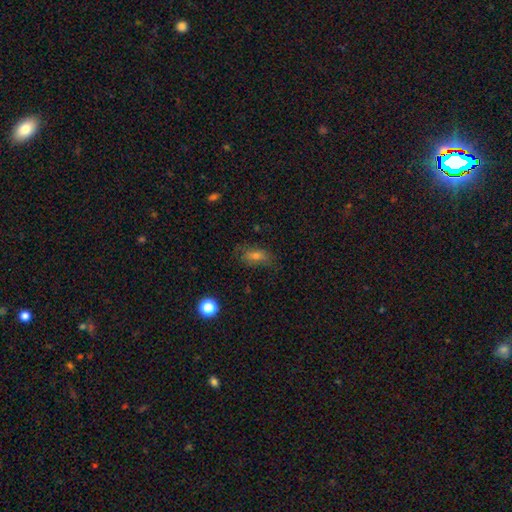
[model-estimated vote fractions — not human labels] Morphology: type=smooth (61%); roundness=in between (77%); merging=none (69%).